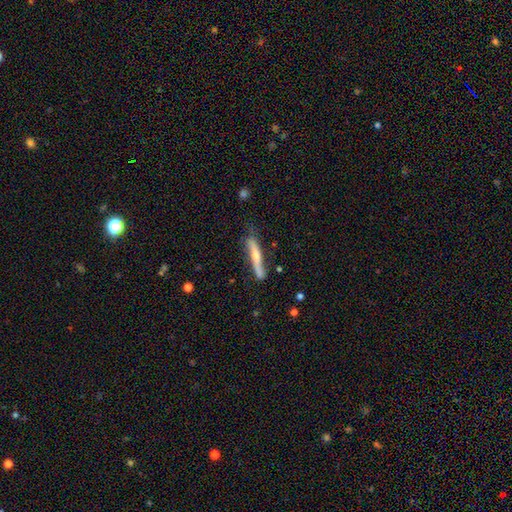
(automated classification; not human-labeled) Overall: featured or disk (54%; smooth 40%). Edge-on disk: yes (83%). Merging: none (67%).